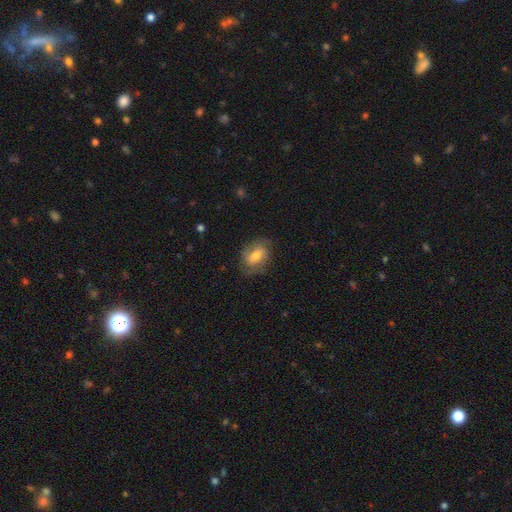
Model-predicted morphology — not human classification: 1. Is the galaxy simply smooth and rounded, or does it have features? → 47% featured or disk, 46% smooth, 8% star or artifact.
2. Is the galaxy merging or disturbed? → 72% none, 19% minor disturbance, 8% major disturbance, 1% merger.